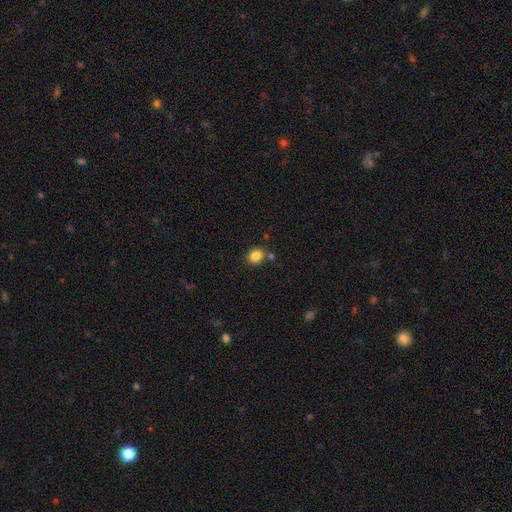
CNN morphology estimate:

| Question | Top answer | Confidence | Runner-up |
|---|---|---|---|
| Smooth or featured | smooth | 85% | star or artifact (10%) |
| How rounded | round | 65% | in between (34%) |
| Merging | none | 76% | merger (11%) |